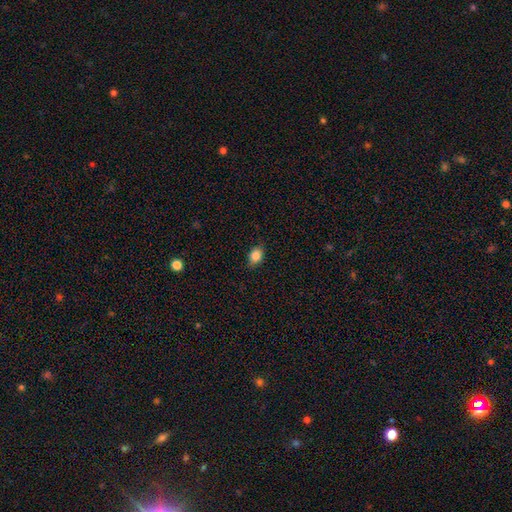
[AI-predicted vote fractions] This appears to be a smooth galaxy with no disk features (85%) that is in between round and cigar-shaped (71%). Merging: none (85%).